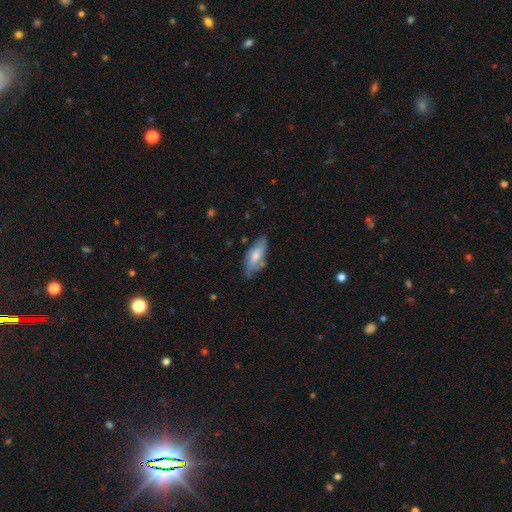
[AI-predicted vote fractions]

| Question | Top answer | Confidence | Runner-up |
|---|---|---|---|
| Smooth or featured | smooth | 67% | featured or disk (26%) |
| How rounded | in between | 78% | cigar-shaped (20%) |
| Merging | none | 61% | minor disturbance (27%) |